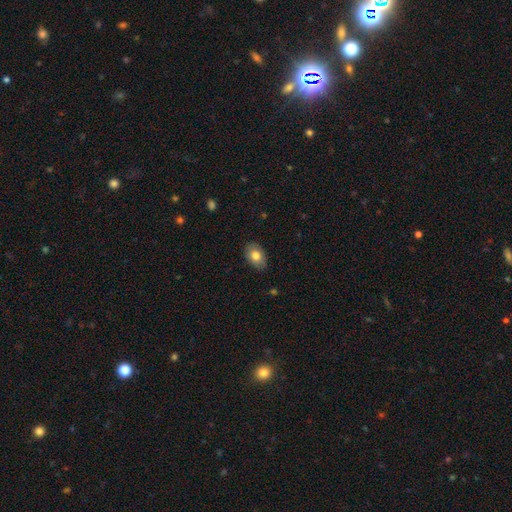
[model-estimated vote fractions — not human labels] A smooth galaxy with no disk features (80%) that is in between round and cigar-shaped (87%). Merging: none (85%).